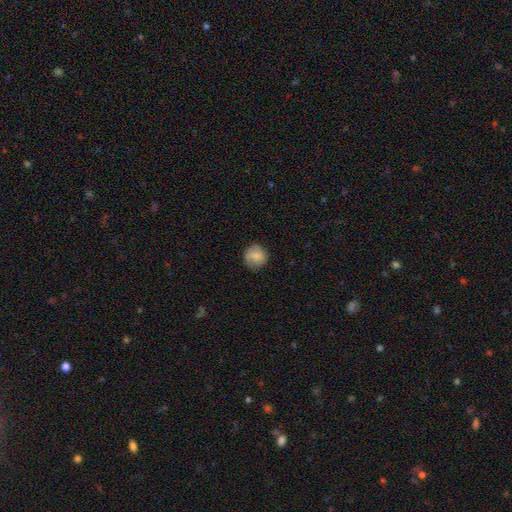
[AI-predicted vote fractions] Overall: smooth (81%). How rounded: round (88%). Merging: none (79%).